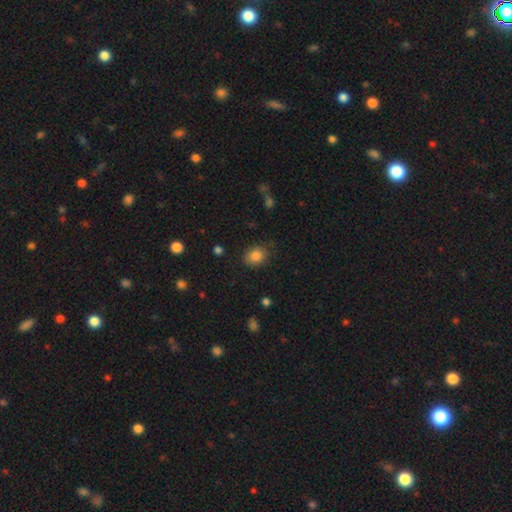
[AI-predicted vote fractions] smooth_or_featured: smooth (p=0.85) [alt: star or artifact p=0.09]
how_rounded: in between (p=0.56) [alt: round p=0.43]
merging: none (p=0.77) [alt: minor disturbance p=0.17]